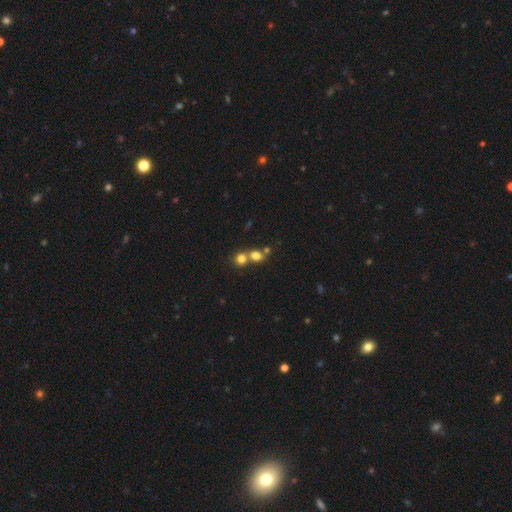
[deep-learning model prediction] Morphology: type=smooth (75%); roundness=round (70%); merging=merger (53%).